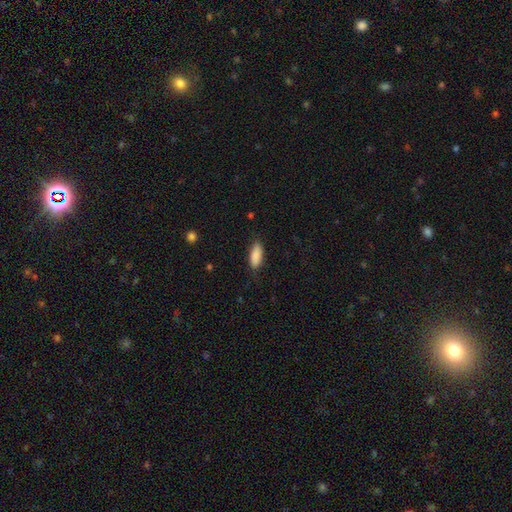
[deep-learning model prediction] The model was most divided on "how rounded": in between: 78%, cigar-shaped: 21%, round: 2%. More confident: smooth or featured — smooth (88%); merging — none (82%).